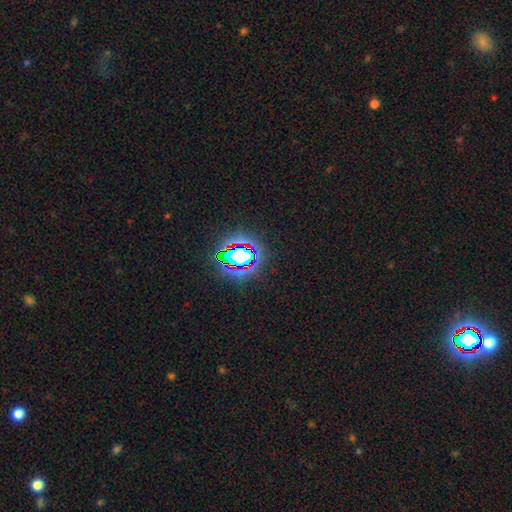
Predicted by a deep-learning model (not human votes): star or artifact 79%, smooth 13%, featured or disk 8%.